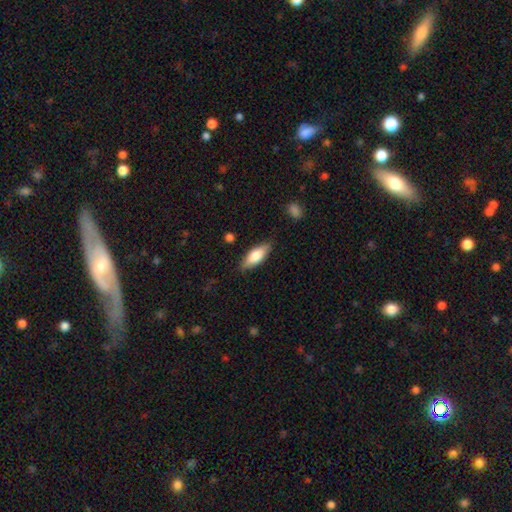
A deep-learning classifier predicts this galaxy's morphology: The model was most divided on "how rounded": in between: 69%, cigar-shaped: 29%, round: 2%. More confident: merging — none (84%); smooth or featured — smooth (74%).